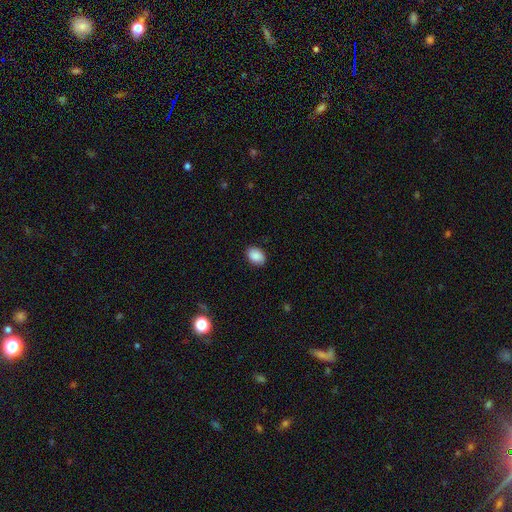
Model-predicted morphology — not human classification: Smooth or featured? smooth (88%)
How rounded? in between (78%)
Merging? none (86%)